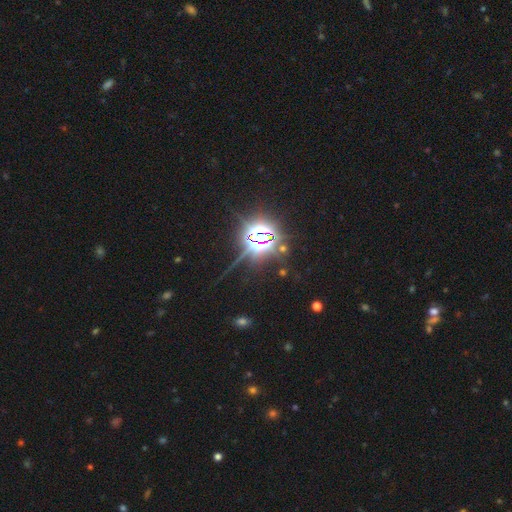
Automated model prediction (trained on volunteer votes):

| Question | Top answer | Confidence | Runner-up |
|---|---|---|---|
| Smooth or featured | star or artifact | 86% | smooth (8%) |